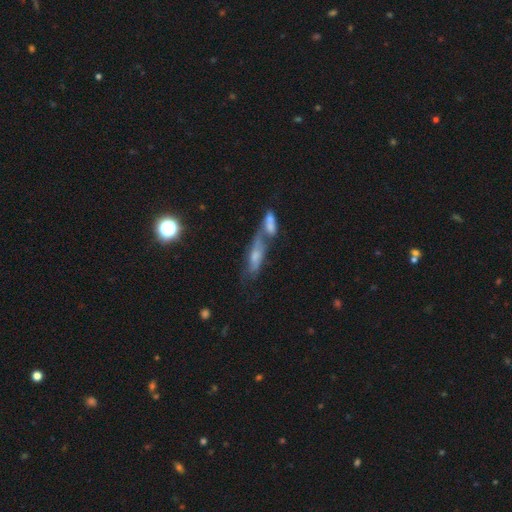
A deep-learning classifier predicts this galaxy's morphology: featured or disk 49%, smooth 40%, star or artifact 11%. Down the decision tree: merging — merger (54%).